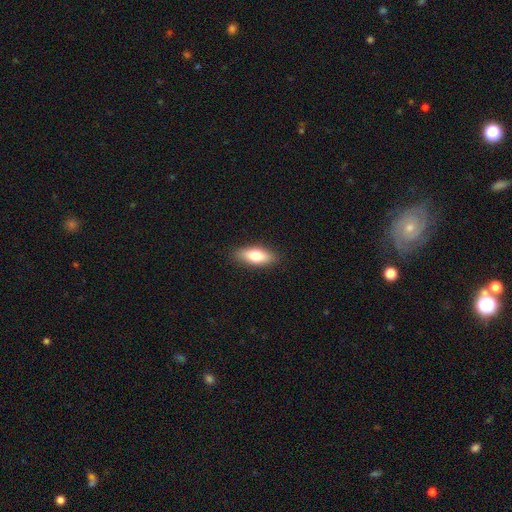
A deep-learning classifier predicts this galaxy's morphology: smooth_or_featured: smooth (p=0.75) [alt: featured or disk p=0.18]
how_rounded: in between (p=0.74) [alt: cigar-shaped p=0.23]
merging: none (p=0.88) [alt: minor disturbance p=0.09]